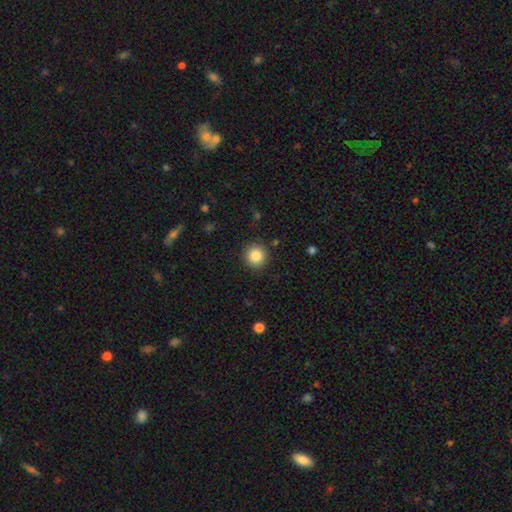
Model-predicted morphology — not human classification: Overall: smooth (85%). How rounded: round (93%). Merging: none (90%).